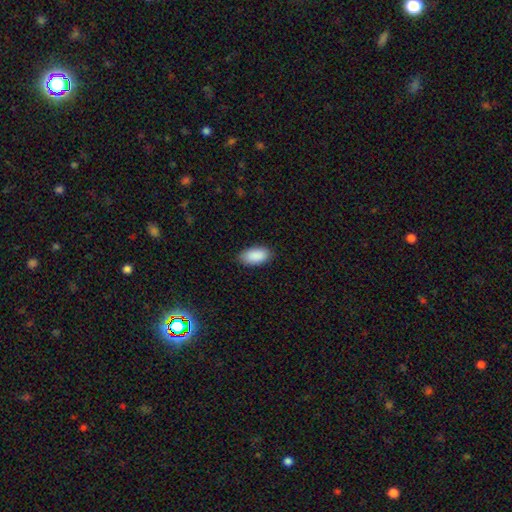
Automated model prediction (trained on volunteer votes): A smooth galaxy with no disk features (91%) that is in between round and cigar-shaped (94%). Merging: none (86%).